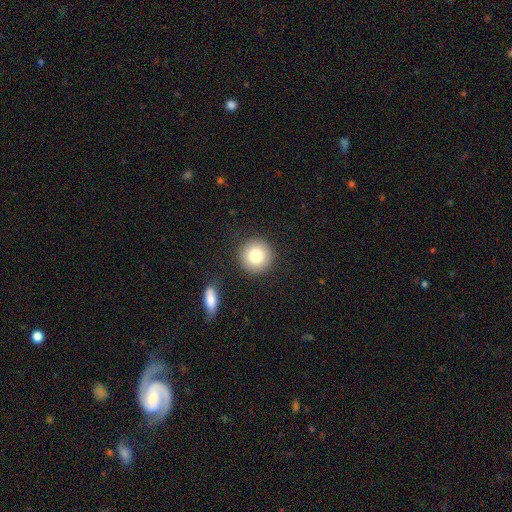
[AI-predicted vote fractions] Q: Smooth or featured?
A: smooth (80%); runner-up: featured or disk (10%)
Q: How rounded?
A: round (95%); runner-up: in between (5%)
Q: Merging?
A: none (88%); runner-up: minor disturbance (7%)